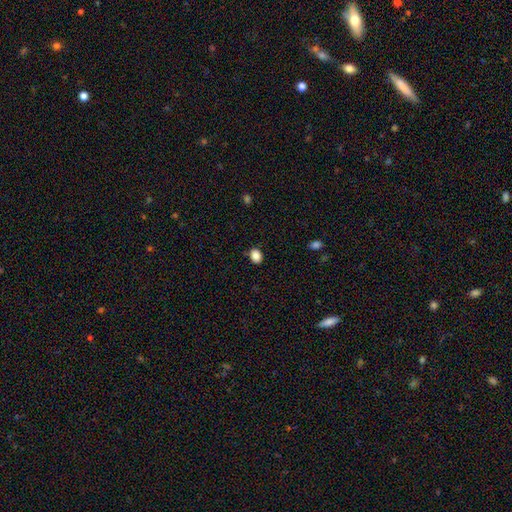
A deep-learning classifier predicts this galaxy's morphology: The model was most divided on "how rounded": in between: 64%, round: 35%, cigar-shaped: 1%. More confident: smooth or featured — smooth (87%); merging — none (86%).